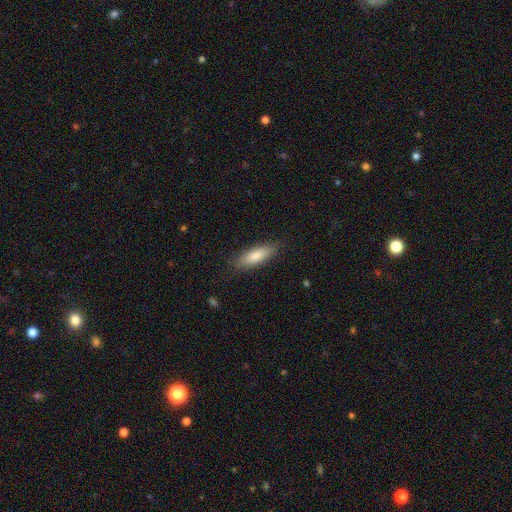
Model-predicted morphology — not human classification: A smooth galaxy with no disk features (78%) that is cigar-shaped (50%).

Vote fractions:
- Smooth or featured? smooth: 78% / featured or disk: 16% / star or artifact: 6%
- How rounded? cigar-shaped: 50% / in between: 48% / round: 2%
- Merging? none: 85% / minor disturbance: 11% / major disturbance: 2% / merger: 1%